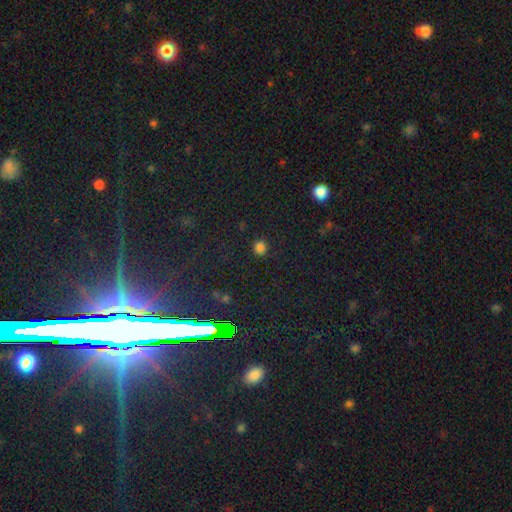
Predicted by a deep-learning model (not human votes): Overall: star or artifact (69%).